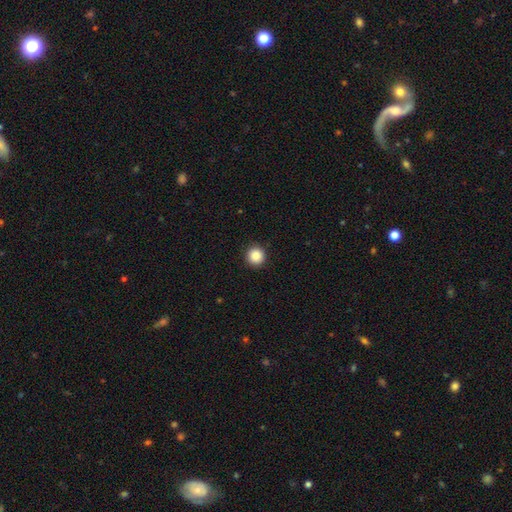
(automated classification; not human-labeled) This is clearly a smooth galaxy (88%). How rounded: clearly round (95%). Merging: clearly none (92%).